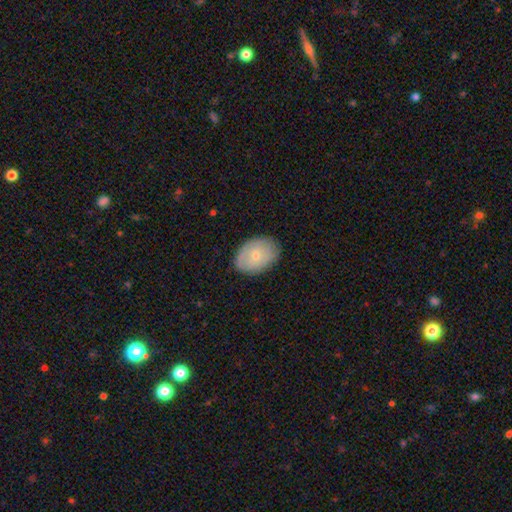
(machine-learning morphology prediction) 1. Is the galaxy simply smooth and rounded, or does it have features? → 63% smooth, 30% featured or disk, 7% star or artifact.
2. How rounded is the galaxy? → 78% in between, 21% round, 1% cigar-shaped.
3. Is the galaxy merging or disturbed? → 81% none, 15% minor disturbance, 3% major disturbance, 1% merger.